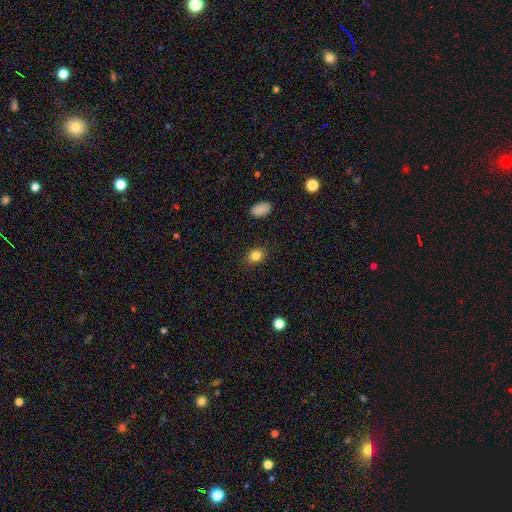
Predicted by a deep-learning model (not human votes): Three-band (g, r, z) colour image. It shows a smooth galaxy with no disk features (84%) that is round (51%). Merging: none (86%).